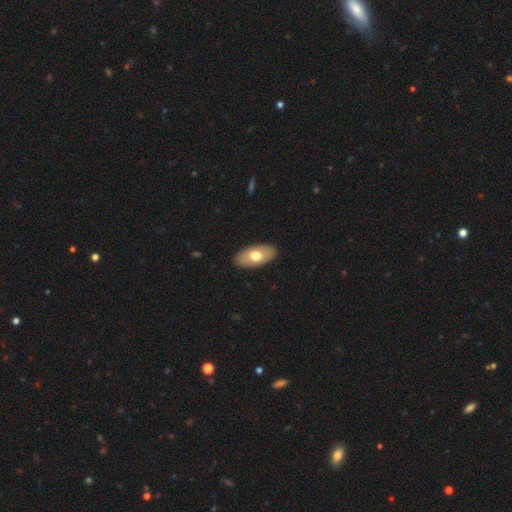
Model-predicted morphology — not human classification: The model was most divided on "smooth or featured": smooth: 67%, featured or disk: 28%, star or artifact: 5%. More confident: how rounded — in between (93%); merging — none (89%).